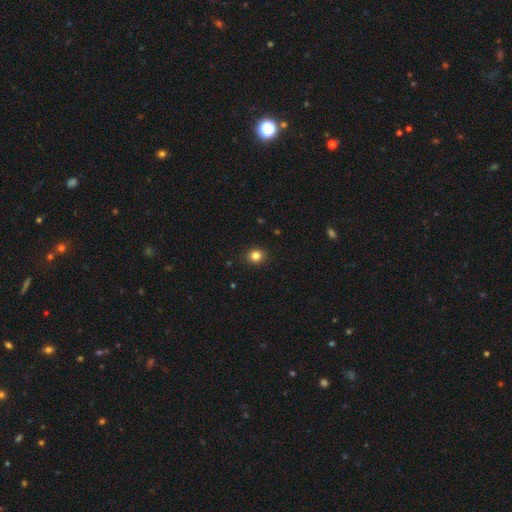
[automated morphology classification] Smooth or featured? Predicted: smooth (p=0.83). How rounded? Predicted: round (p=0.83). Merging? Predicted: none (p=0.91).